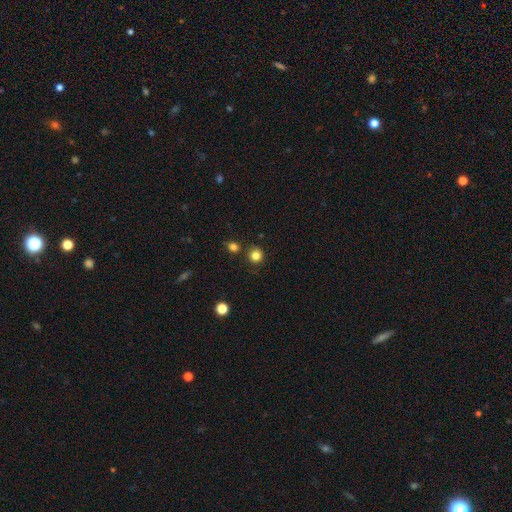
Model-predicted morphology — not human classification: Smooth or featured?
  - smooth: 82% *
  - star or artifact: 13%
  - featured or disk: 4%
How rounded?
  - round: 93% *
  - in between: 6%
  - cigar-shaped: 1%
Merging?
  - none: 85% *
  - minor disturbance: 7%
  - merger: 6%
  - major disturbance: 2%